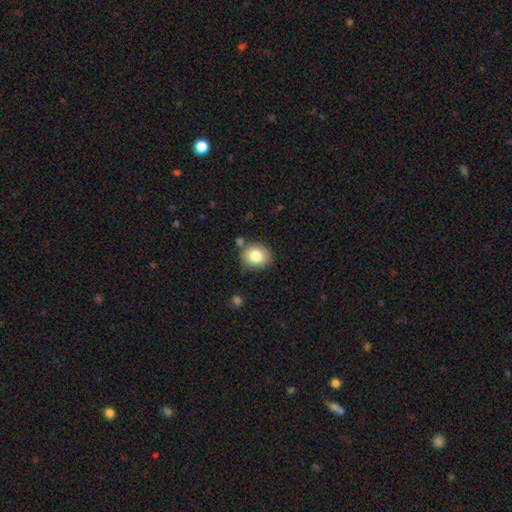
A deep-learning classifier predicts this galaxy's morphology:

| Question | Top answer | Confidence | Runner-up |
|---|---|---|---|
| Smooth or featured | smooth | 81% | featured or disk (10%) |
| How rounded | round | 65% | in between (34%) |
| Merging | none | 77% | minor disturbance (14%) |